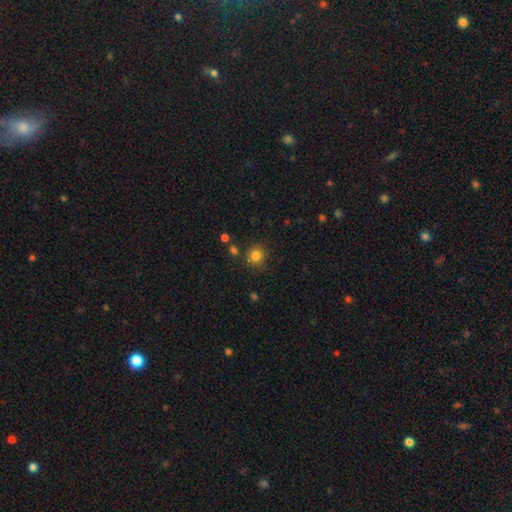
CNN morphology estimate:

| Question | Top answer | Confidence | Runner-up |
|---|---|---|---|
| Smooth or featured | smooth | 81% | star or artifact (13%) |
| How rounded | round | 89% | in between (11%) |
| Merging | none | 85% | minor disturbance (8%) |